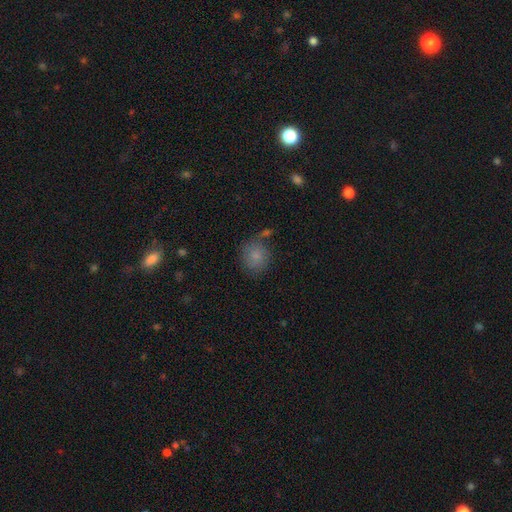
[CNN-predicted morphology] The model was most divided on "merging": none: 67%, minor disturbance: 16%, merger: 10%, major disturbance: 6%. More confident: how rounded — round (83%); smooth or featured — smooth (80%).